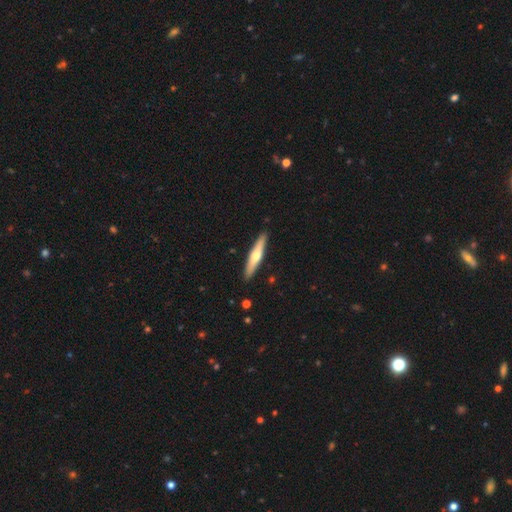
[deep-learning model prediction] Q: Smooth or featured?
A: featured or disk (52%); runner-up: smooth (43%)
Q: Edge-on disk?
A: yes (95%); runner-up: no (5%)
Q: Merging?
A: none (91%); runner-up: minor disturbance (7%)